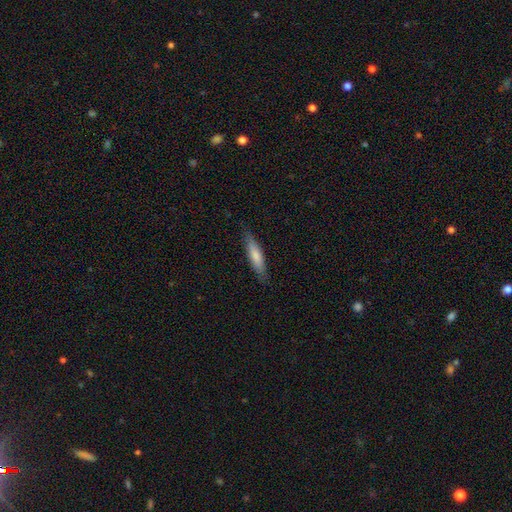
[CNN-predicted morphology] Smooth or featured? smooth (74%)
How rounded? cigar-shaped (77%)
Merging? none (84%)